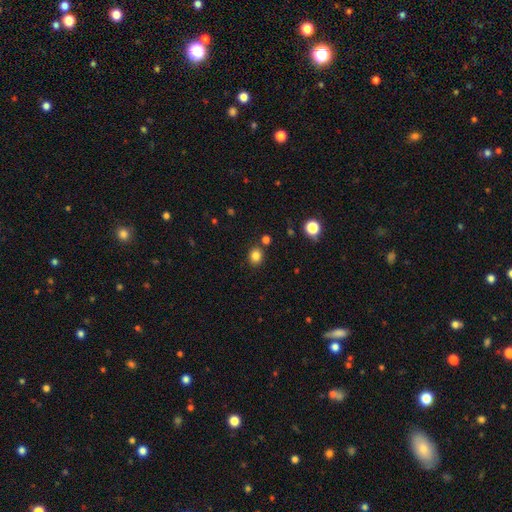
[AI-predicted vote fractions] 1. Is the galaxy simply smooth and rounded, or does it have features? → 83% smooth, 13% star or artifact, 5% featured or disk.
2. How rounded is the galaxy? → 69% round, 30% in between, 1% cigar-shaped.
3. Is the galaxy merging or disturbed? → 82% none, 9% minor disturbance, 6% merger, 3% major disturbance.